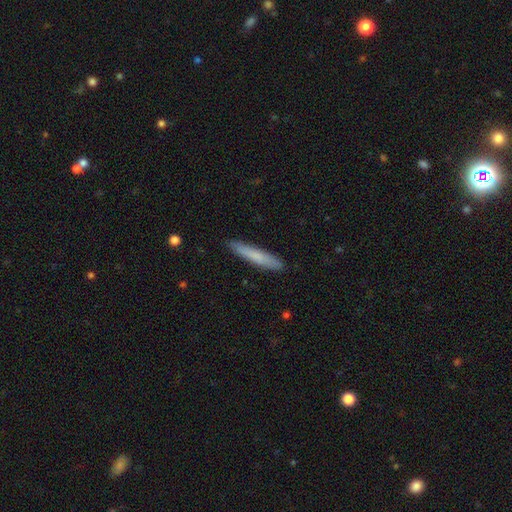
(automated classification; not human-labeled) Smooth or featured? smooth (75%)
How rounded? cigar-shaped (94%)
Merging? none (89%)